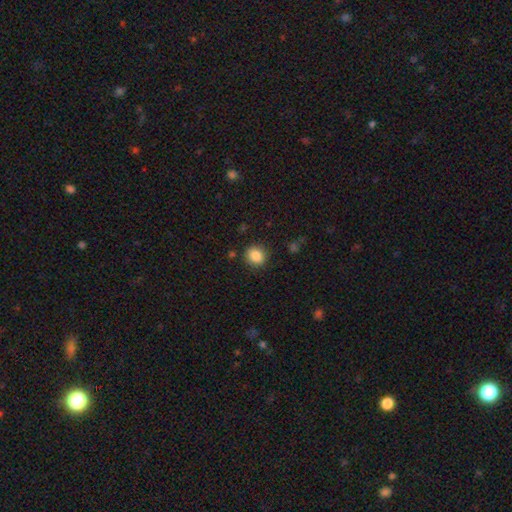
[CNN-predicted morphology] This appears to be a smooth galaxy with no disk features (86%) that is round (79%). Merging: none (88%).